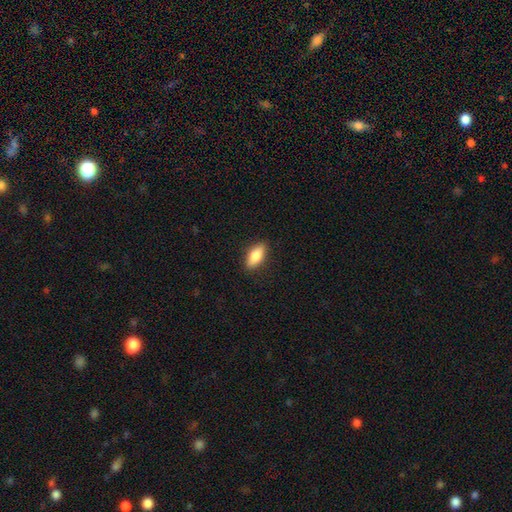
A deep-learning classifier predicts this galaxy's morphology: Smooth or featured? Predicted: smooth (p=0.82). How rounded? Predicted: in between (p=0.83). Merging? Predicted: none (p=0.88).